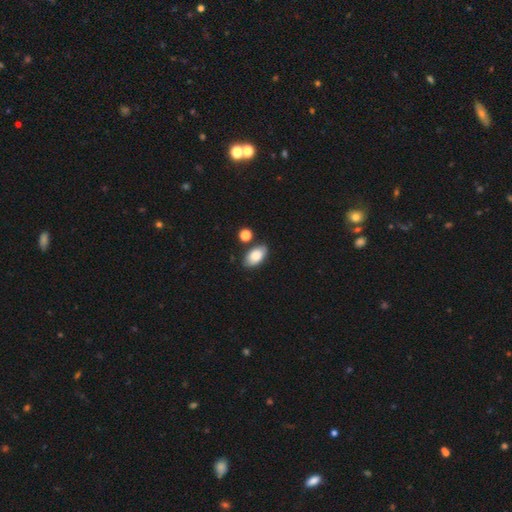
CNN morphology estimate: smooth-or-featured: smooth: 82% | featured or disk: 10% | star or artifact: 7%
  how-rounded: in between: 93% | round: 5% | cigar-shaped: 2%
  merging: none: 75% | minor disturbance: 14% | merger: 8% | major disturbance: 3%